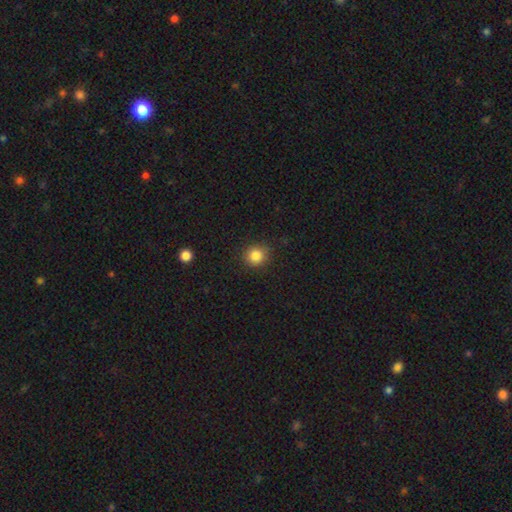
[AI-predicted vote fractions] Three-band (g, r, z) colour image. It shows a smooth galaxy with no disk features (84%) that is round (91%). Merging: none (88%).